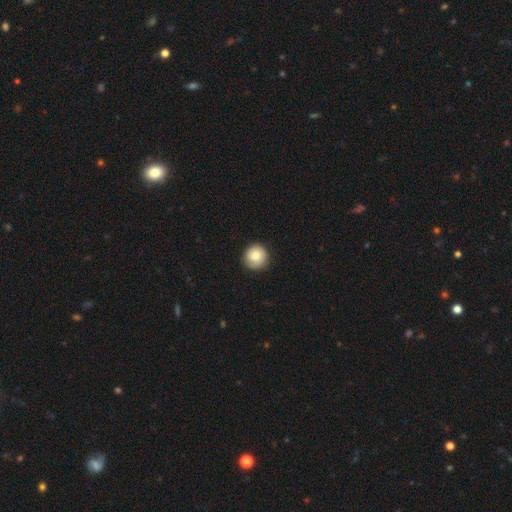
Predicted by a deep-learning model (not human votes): smooth-or-featured: smooth: 78% | featured or disk: 14% | star or artifact: 7%
  how-rounded: round: 94% | in between: 5% | cigar-shaped: 1%
  merging: none: 85% | minor disturbance: 11% | major disturbance: 2% | merger: 1%